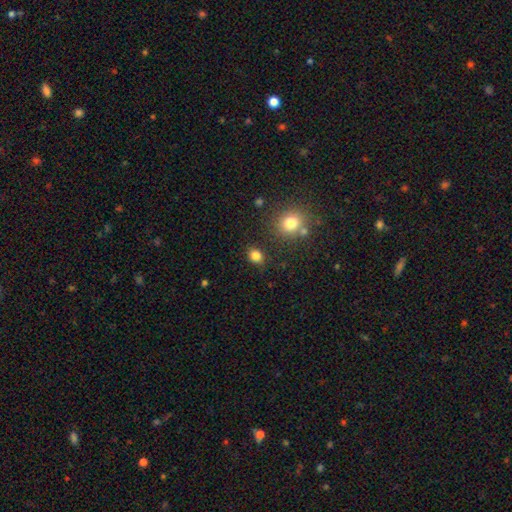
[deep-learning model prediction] Smooth or featured: smooth — 83% (star or artifact — 12%)
How rounded: round — 52% (in between — 47%)
Merging: none — 84% (minor disturbance — 10%)